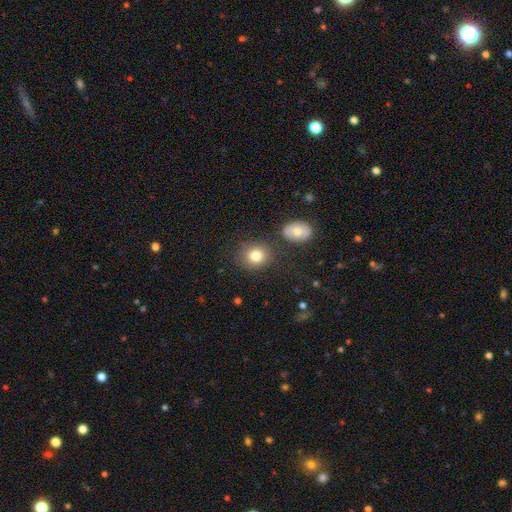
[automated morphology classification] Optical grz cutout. It shows a smooth galaxy with no disk features (81%) that is round (66%). Merging: none (75%).